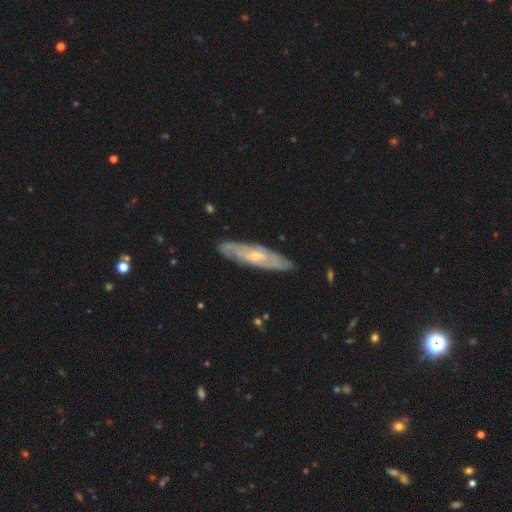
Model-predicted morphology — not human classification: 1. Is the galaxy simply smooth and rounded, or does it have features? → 77% featured or disk, 17% smooth, 5% star or artifact.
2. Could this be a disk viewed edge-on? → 70% no, 30% yes.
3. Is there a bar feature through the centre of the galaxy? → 54% no, 36% weak, 9% strong.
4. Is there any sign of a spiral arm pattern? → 88% yes, 12% no.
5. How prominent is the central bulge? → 60% small, 36% moderate, 2% none, 1% large, 1% dominant.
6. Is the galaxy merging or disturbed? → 83% none, 13% minor disturbance, 3% major disturbance, 1% merger.